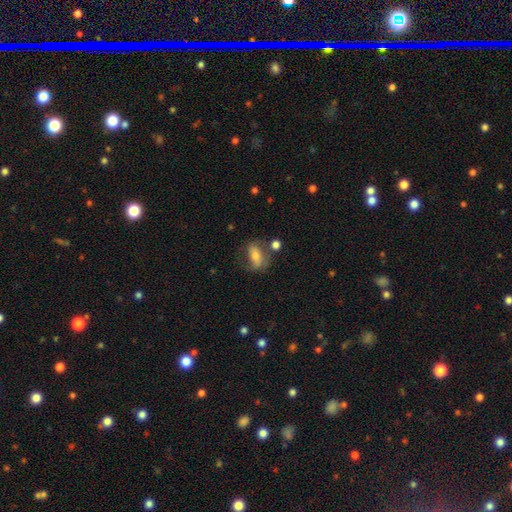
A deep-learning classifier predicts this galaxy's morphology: This appears to be a smooth galaxy with no disk features (49%). Merging: none (50%).